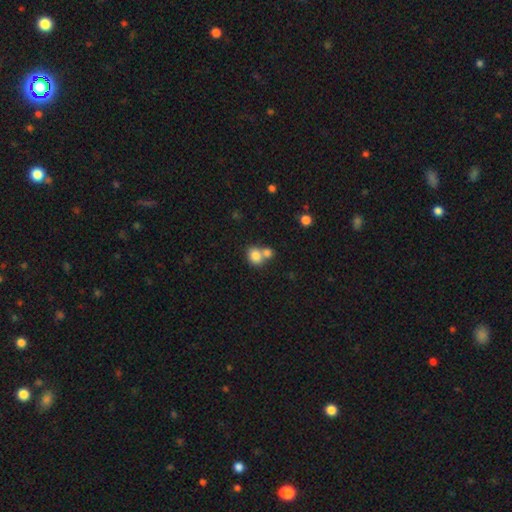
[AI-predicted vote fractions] This appears to be a smooth galaxy with no disk features (81%) that is round (64%). Merging: merger (49%).